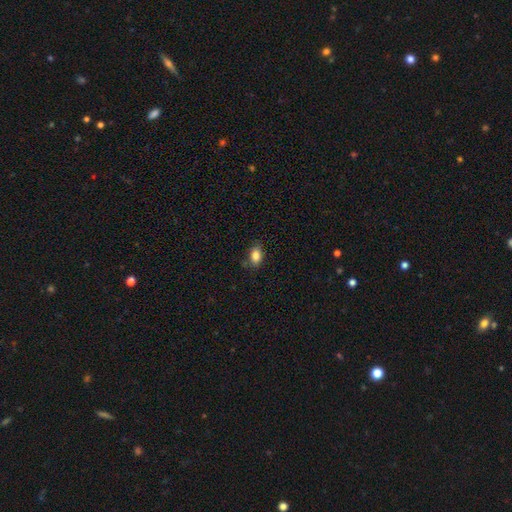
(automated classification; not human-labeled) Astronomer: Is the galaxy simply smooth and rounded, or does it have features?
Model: smooth — 85%.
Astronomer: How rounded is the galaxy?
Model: in between — 85%.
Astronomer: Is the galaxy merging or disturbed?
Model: none — 79%.